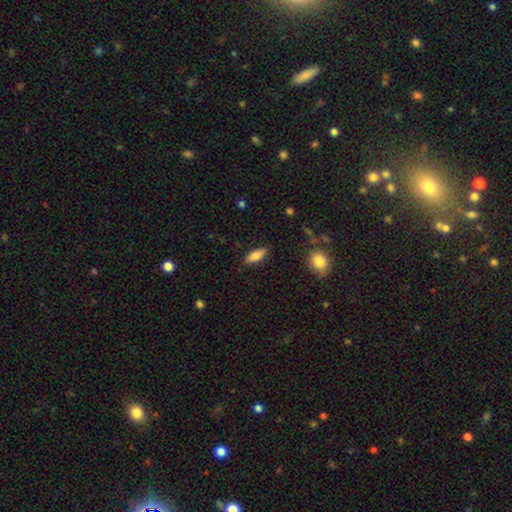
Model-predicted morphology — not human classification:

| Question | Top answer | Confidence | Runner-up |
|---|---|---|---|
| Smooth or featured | smooth | 80% | featured or disk (13%) |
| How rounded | in between | 67% | cigar-shaped (31%) |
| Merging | none | 85% | minor disturbance (11%) |